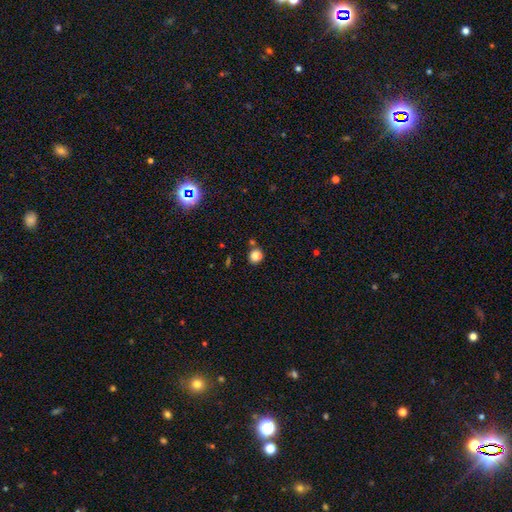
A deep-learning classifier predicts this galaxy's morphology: A smooth galaxy with no disk features (83%) that is round (78%). Merging: none (73%).